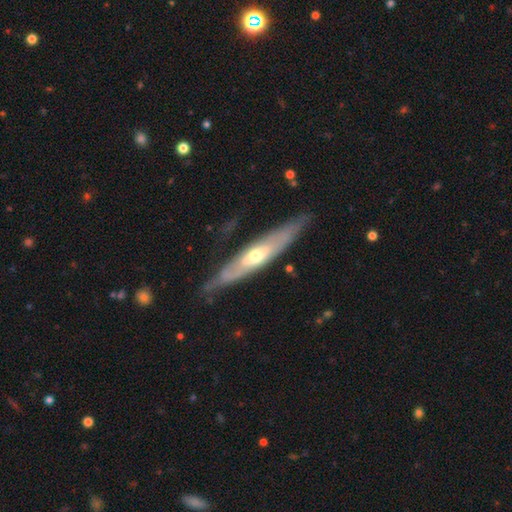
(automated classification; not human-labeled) Smooth or featured? featured or disk (66%)
Edge-on disk? yes (57%)
Merging? none (74%)